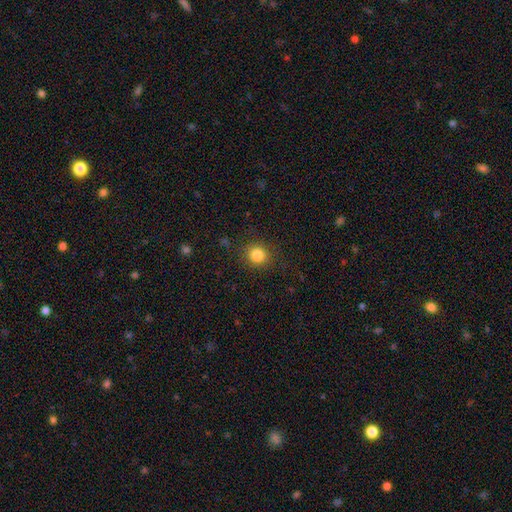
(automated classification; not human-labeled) smooth_or_featured: smooth (p=0.84) [alt: star or artifact p=0.11]
how_rounded: round (p=0.85) [alt: in between p=0.14]
merging: none (p=0.86) [alt: minor disturbance p=0.09]